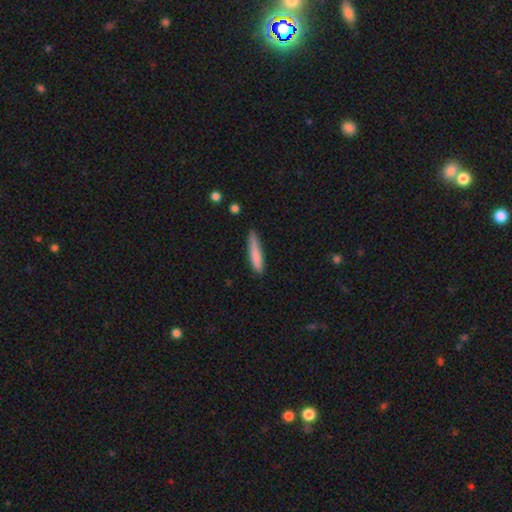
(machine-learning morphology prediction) smooth-or-featured: smooth: 82% | featured or disk: 12% | star or artifact: 6%
  how-rounded: cigar-shaped: 87% | in between: 11% | round: 1%
  merging: none: 69% | minor disturbance: 25% | major disturbance: 4% | merger: 2%